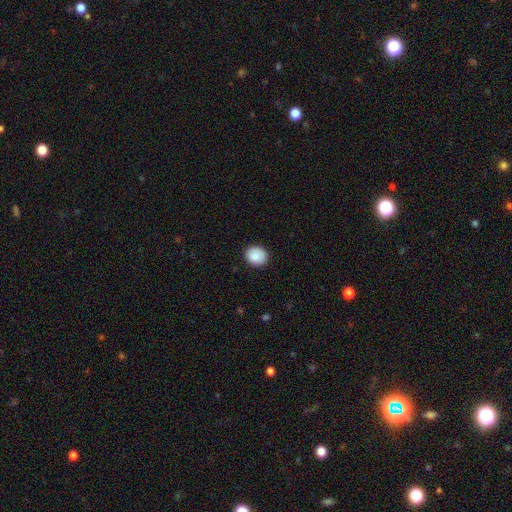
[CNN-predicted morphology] smooth-or-featured: smooth: 88% | star or artifact: 7% | featured or disk: 4%
  how-rounded: round: 69% | in between: 30% | cigar-shaped: 1%
  merging: none: 88% | minor disturbance: 9% | major disturbance: 2% | merger: 1%